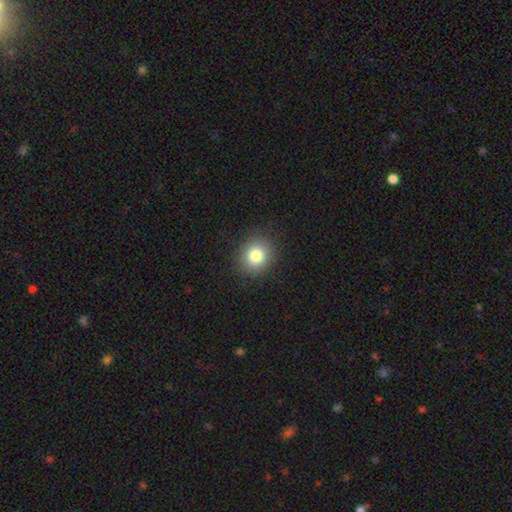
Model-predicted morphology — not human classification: Smooth or featured? smooth (81%)
How rounded? round (78%)
Merging? none (89%)